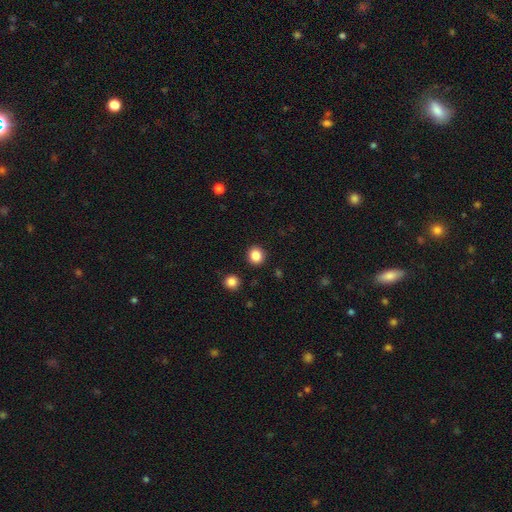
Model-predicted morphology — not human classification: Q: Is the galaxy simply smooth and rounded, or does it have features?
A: smooth — 86%.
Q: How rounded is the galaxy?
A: round — 86%.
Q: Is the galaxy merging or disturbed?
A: none — 91%.